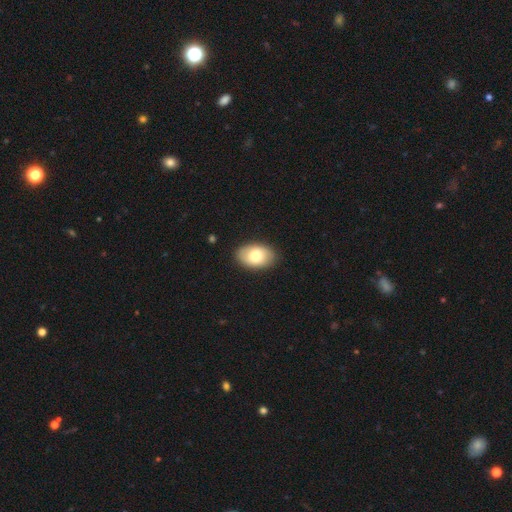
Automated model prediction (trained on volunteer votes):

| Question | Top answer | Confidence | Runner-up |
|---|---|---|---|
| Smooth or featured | smooth | 76% | featured or disk (17%) |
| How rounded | in between | 89% | round (10%) |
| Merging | none | 88% | minor disturbance (9%) |